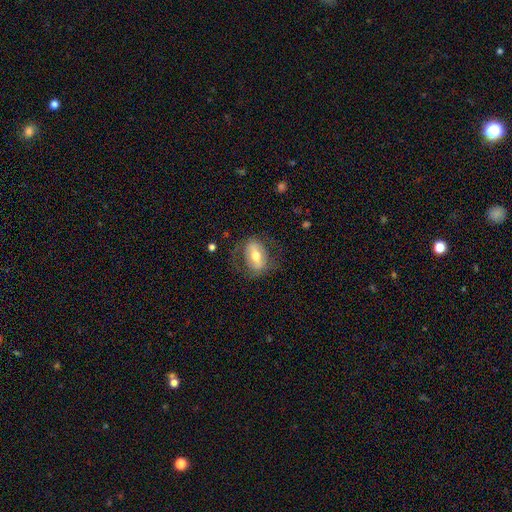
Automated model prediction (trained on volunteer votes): smooth-or-featured: featured or disk: 50% | smooth: 43% | star or artifact: 7%
  disk-edge-on: no: 86% | yes: 14%
  merging: none: 67% | minor disturbance: 18% | major disturbance: 14% | merger: 1%